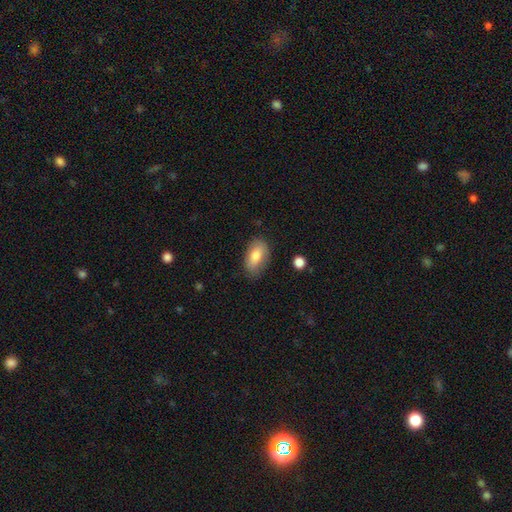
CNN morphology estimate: Smooth or featured? Predicted: smooth (p=0.79). How rounded? Predicted: in between (p=0.92). Merging? Predicted: none (p=0.77).